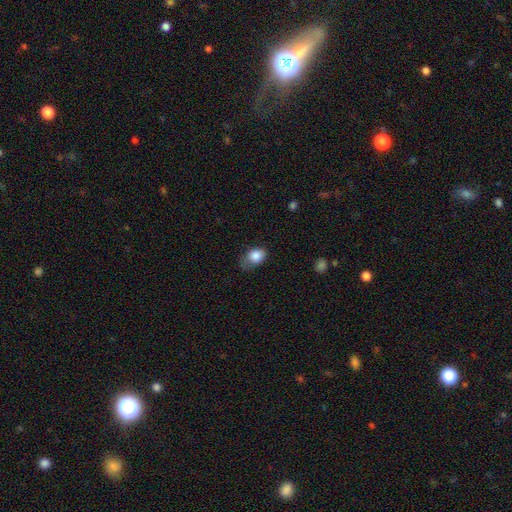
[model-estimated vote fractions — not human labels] Smooth or featured: smooth — 85% (star or artifact — 8%)
How rounded: in between — 68% (round — 31%)
Merging: none — 46% (minor disturbance — 37%)